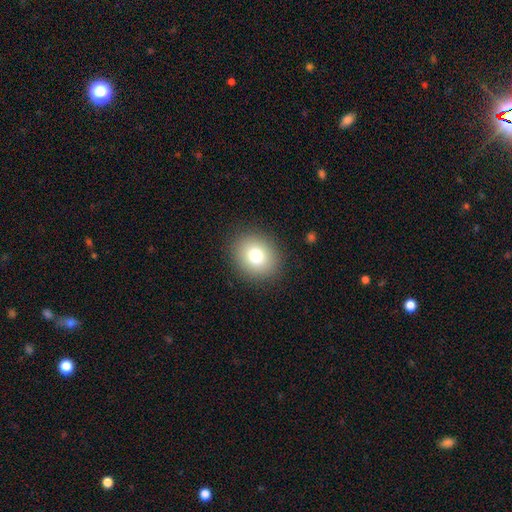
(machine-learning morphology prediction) Smooth or featured? smooth (79%)
How rounded? round (69%)
Merging? none (89%)